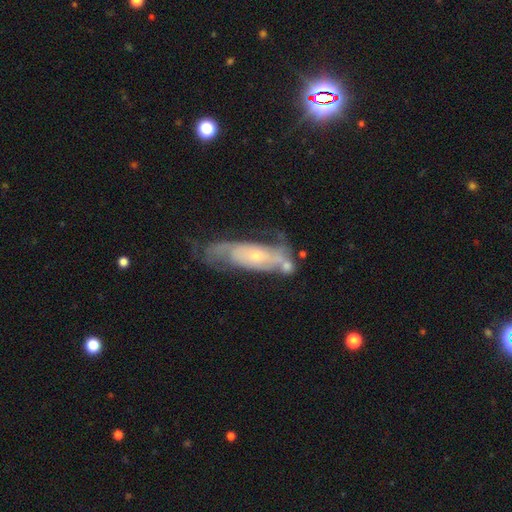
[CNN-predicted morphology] A featured or disk galaxy (72%) with no bar (74%), spiral arms (75%) and a small central bulge (68%). Merging: none (40%).